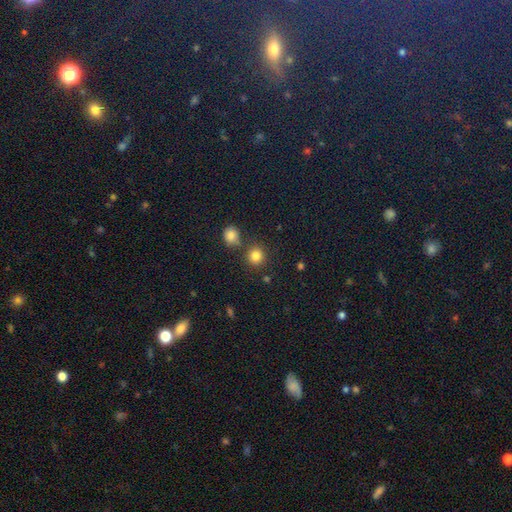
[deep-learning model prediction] The model was most divided on "merging": none: 78%, merger: 11%, minor disturbance: 8%, major disturbance: 3%. More confident: how rounded — round (90%); smooth or featured — smooth (82%).